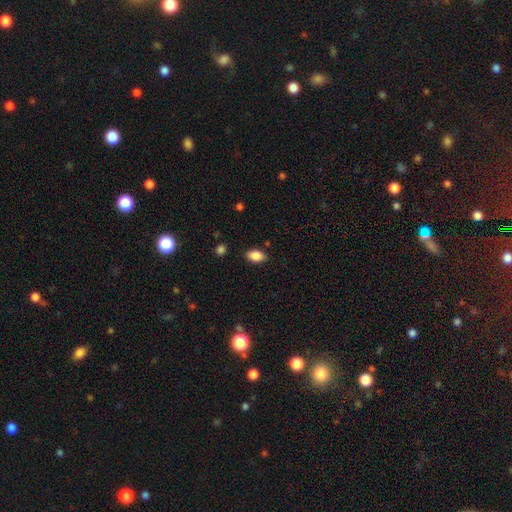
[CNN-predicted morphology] This appears to be a smooth galaxy with no disk features (87%) that is in between round and cigar-shaped (91%). Merging: none (86%).